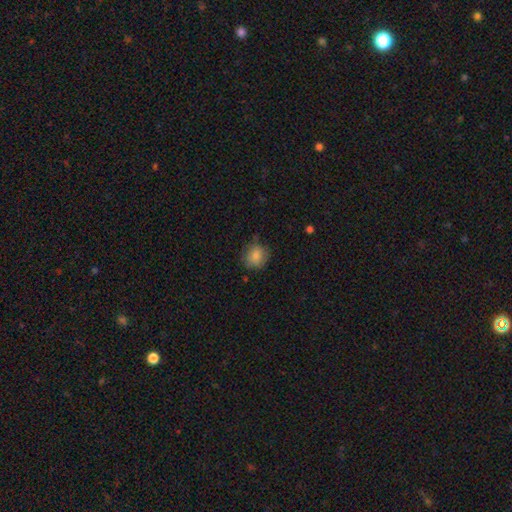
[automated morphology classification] This is clearly a smooth galaxy (81%). How rounded: clearly round (81%). Merging: likely none (77%).